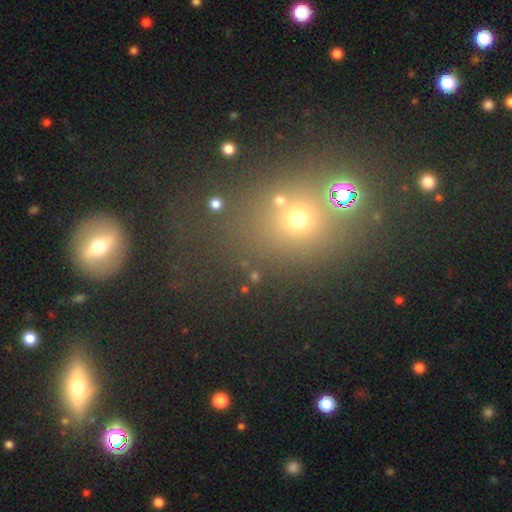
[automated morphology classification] Overall: smooth (52%; star or artifact 34%). How rounded: round (64%; in between 34%). Merging: none (65%).